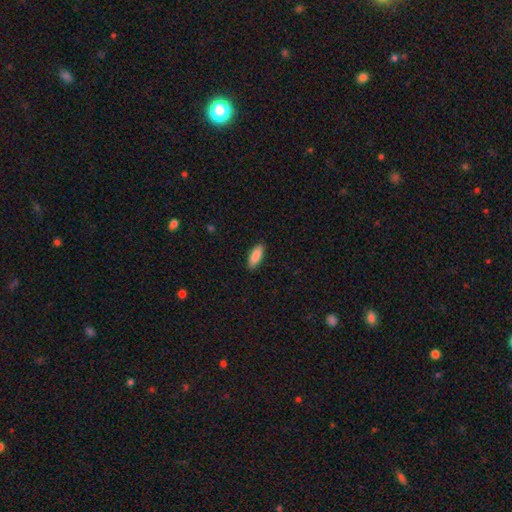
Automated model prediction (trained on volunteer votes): Smooth or featured? smooth (89%)
How rounded? in between (76%)
Merging? none (88%)